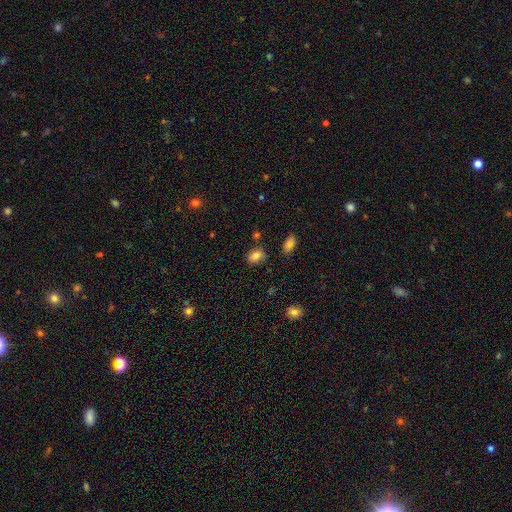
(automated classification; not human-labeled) Smooth or featured?
  - smooth: 83% *
  - star or artifact: 10%
  - featured or disk: 7%
How rounded?
  - in between: 79% *
  - round: 19%
  - cigar-shaped: 2%
Merging?
  - none: 79% *
  - minor disturbance: 14%
  - merger: 4%
  - major disturbance: 3%